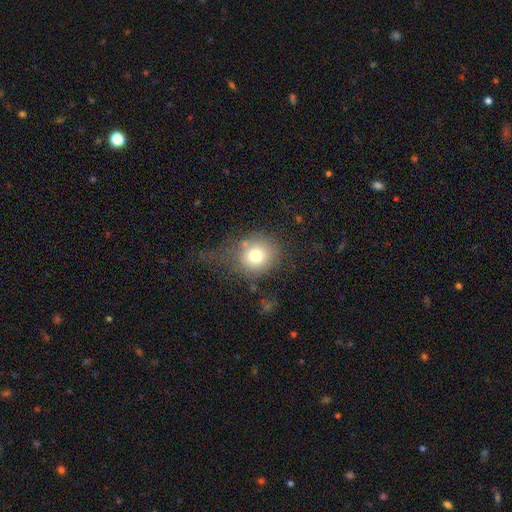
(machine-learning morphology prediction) Smooth or featured? smooth (74%)
How rounded? round (76%)
Merging? none (55%)